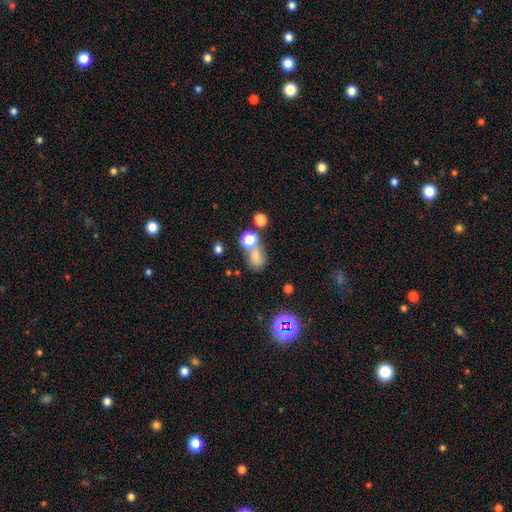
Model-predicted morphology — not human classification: Smooth or featured? Predicted: smooth (p=0.66). How rounded? Predicted: in between (p=0.52). Merging? Predicted: none (p=0.43).